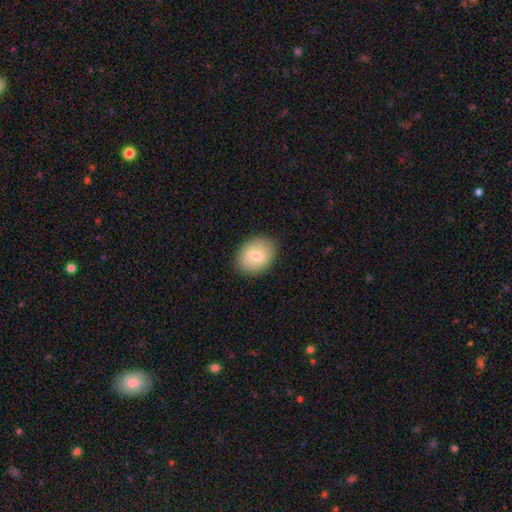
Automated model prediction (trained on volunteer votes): Smooth or featured?
  - smooth: 72% *
  - featured or disk: 20%
  - star or artifact: 8%
How rounded?
  - in between: 56% *
  - round: 43%
  - cigar-shaped: 1%
Merging?
  - none: 87% *
  - minor disturbance: 10%
  - major disturbance: 2%
  - merger: 1%